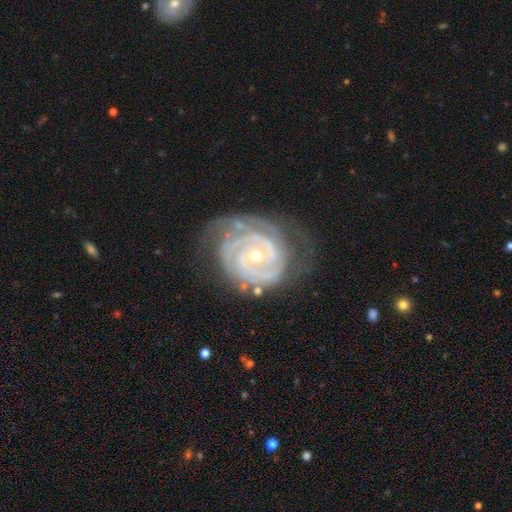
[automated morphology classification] Smooth or featured? Predicted: featured or disk (p=0.91). Edge-on disk? Predicted: no (p=0.97). Bar? Predicted: no (p=0.71). Spiral arms? Predicted: yes (p=0.98). Spiral winding? Predicted: tight (p=0.82). Spiral arm count? Predicted: 2 (p=0.41). Bulge size? Predicted: small (p=0.52). Merging? Predicted: none (p=0.62).